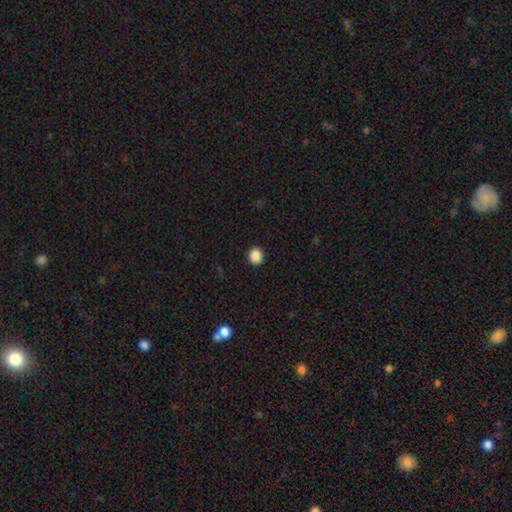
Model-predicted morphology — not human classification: Overall: smooth (88%). How rounded: round (80%). Merging: none (92%).